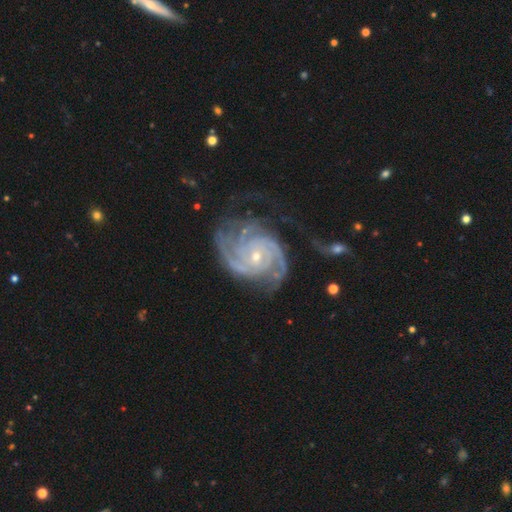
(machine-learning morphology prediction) Smooth or featured? featured or disk (92%)
Edge-on disk? no (98%)
Bar? no (72%)
Spiral arms? yes (99%)
Spiral winding? tight (69%)
Spiral arm count? 3 (29%)
Bulge size? small (72%)
Merging? none (56%)